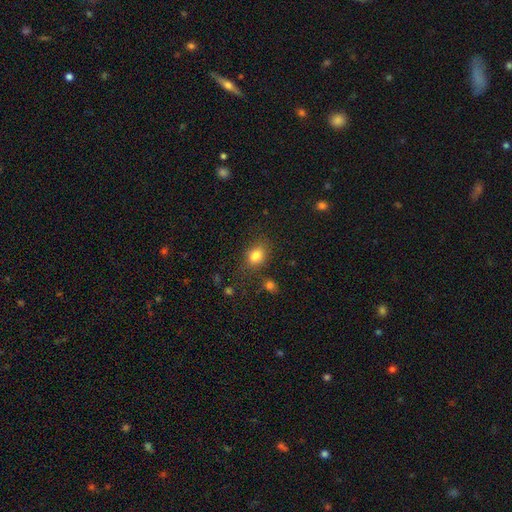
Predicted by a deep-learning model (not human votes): The model was most divided on "how rounded": in between: 63%, round: 35%, cigar-shaped: 1%. More confident: smooth or featured — smooth (83%); merging — none (72%).